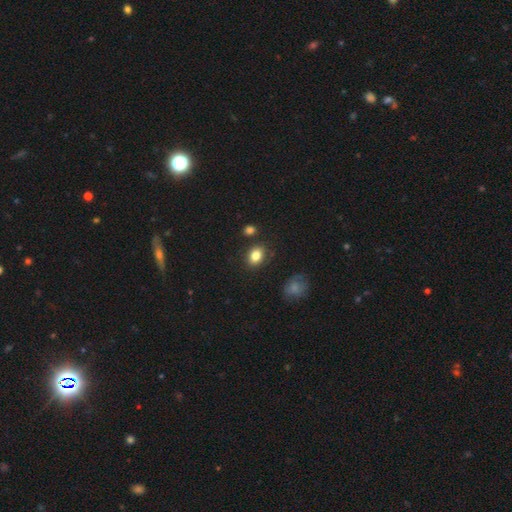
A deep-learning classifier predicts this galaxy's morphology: smooth-or-featured: smooth: 83% | star or artifact: 10% | featured or disk: 7%
  how-rounded: in between: 64% | round: 35% | cigar-shaped: 1%
  merging: none: 82% | minor disturbance: 10% | merger: 5% | major disturbance: 3%